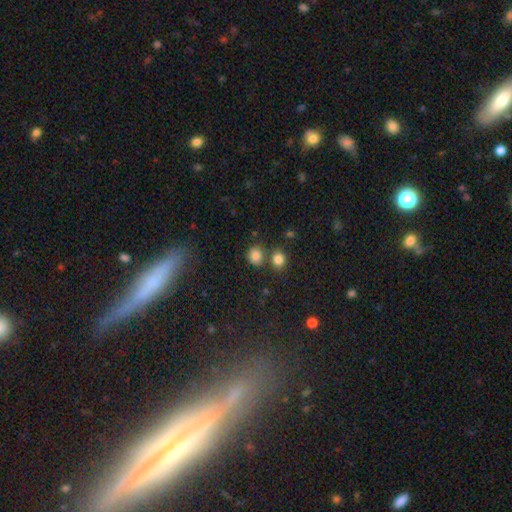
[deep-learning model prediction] smooth 82%, star or artifact 12%, featured or disk 6%. Down the decision tree: how rounded — round (72%); merging — none (68%).